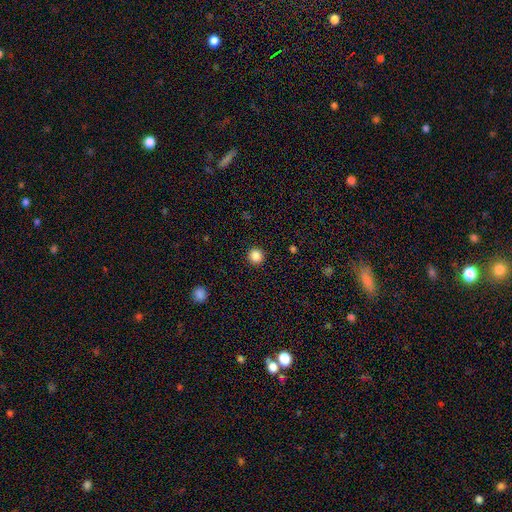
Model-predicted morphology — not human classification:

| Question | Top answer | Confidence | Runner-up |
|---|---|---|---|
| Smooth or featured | smooth | 87% | star or artifact (11%) |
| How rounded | round | 94% | in between (5%) |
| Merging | none | 93% | minor disturbance (5%) |